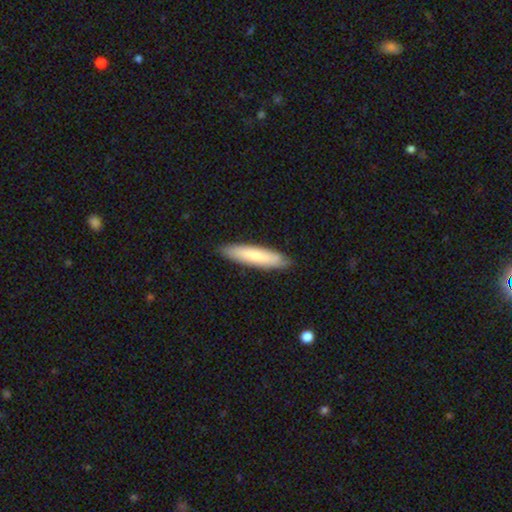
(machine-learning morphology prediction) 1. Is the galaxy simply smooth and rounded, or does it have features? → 73% smooth, 22% featured or disk, 5% star or artifact.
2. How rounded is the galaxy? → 81% cigar-shaped, 18% in between, 1% round.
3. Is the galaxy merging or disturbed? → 88% none, 9% minor disturbance, 2% major disturbance, 1% merger.